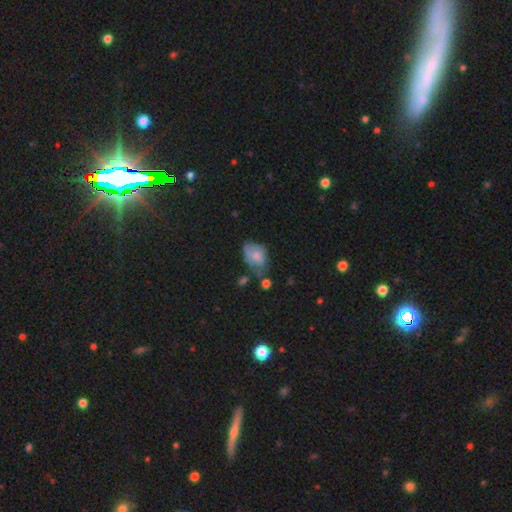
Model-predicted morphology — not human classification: Overall: smooth (60%; featured or disk 31%). How rounded: in between (80%). Merging: minor disturbance (36%; none 35%).